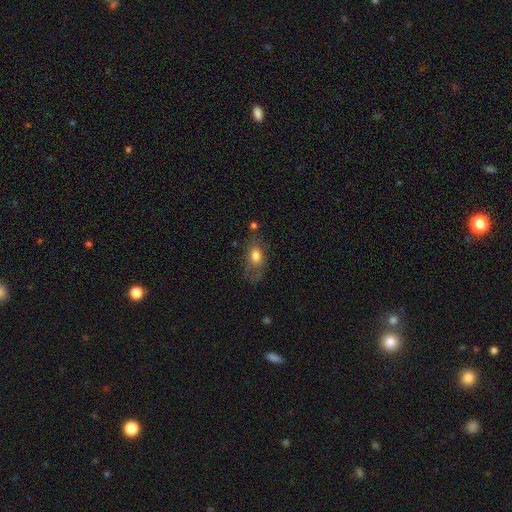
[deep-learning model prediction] Q: Smooth or featured?
A: smooth (69%); runner-up: featured or disk (23%)
Q: How rounded?
A: in between (82%); runner-up: round (14%)
Q: Merging?
A: none (51%); runner-up: minor disturbance (26%)